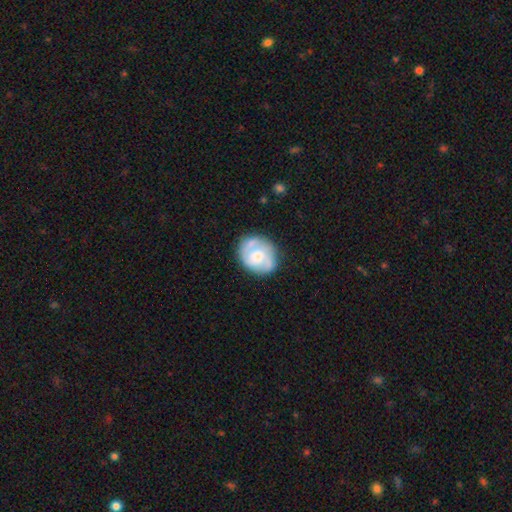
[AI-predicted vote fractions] featured or disk 53%, smooth 40%, star or artifact 6%. Down the decision tree: edge-on disk — no (97%); bar — no (71%); spiral arms — yes (65%); bulge size — moderate (51%); merging — none (68%).